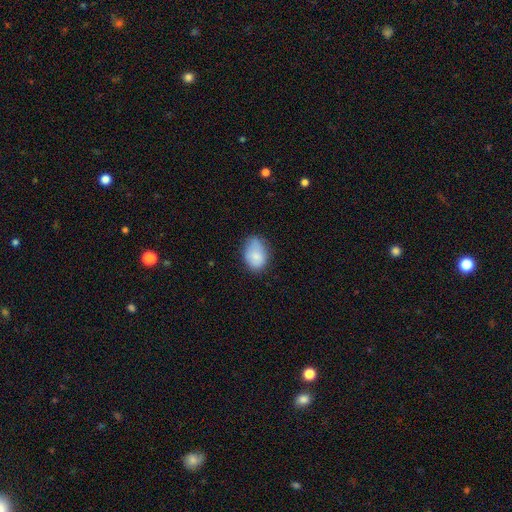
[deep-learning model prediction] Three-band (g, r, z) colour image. It shows a smooth galaxy with no disk features (81%) that is in between round and cigar-shaped (79%). Merging: none (53%).